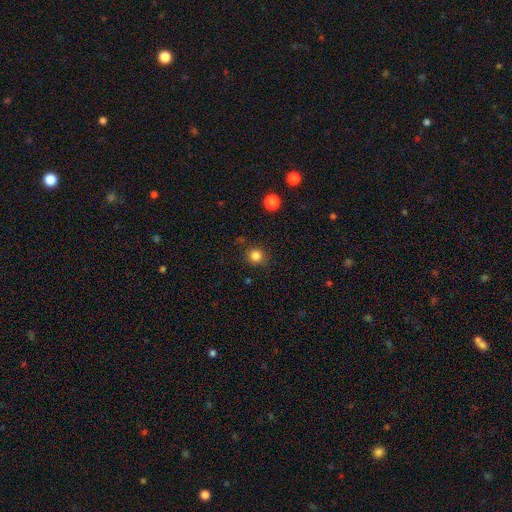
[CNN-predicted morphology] This appears to be a smooth galaxy with no disk features (83%) that is round (92%). Merging: none (87%).